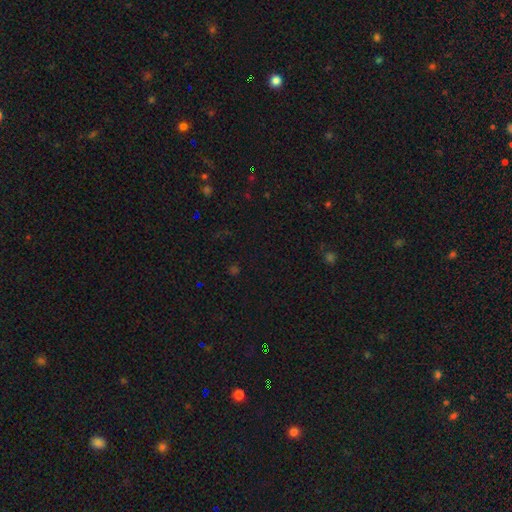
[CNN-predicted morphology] smooth_or_featured: star or artifact (p=0.63) [alt: smooth p=0.30]